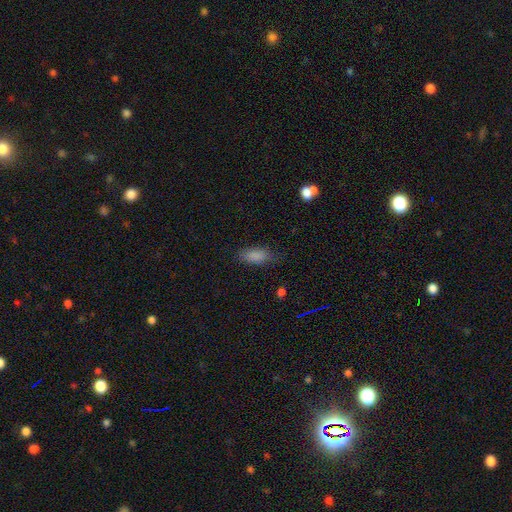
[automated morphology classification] The model was most divided on "merging": none: 73%, minor disturbance: 20%, major disturbance: 5%, merger: 1%. More confident: smooth or featured — smooth (86%); how rounded — in between (83%).